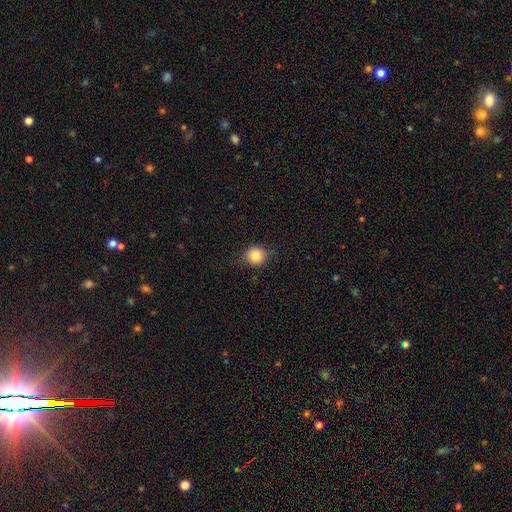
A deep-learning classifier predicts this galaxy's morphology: smooth-or-featured: smooth: 82% | star or artifact: 11% | featured or disk: 7%
  how-rounded: round: 89% | in between: 10% | cigar-shaped: 1%
  merging: none: 85% | minor disturbance: 12% | major disturbance: 3% | merger: 1%